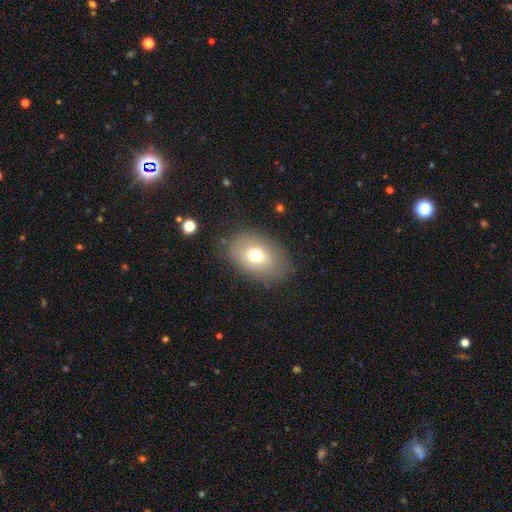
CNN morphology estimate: Smooth or featured? smooth (69%)
How rounded? in between (80%)
Merging? none (79%)